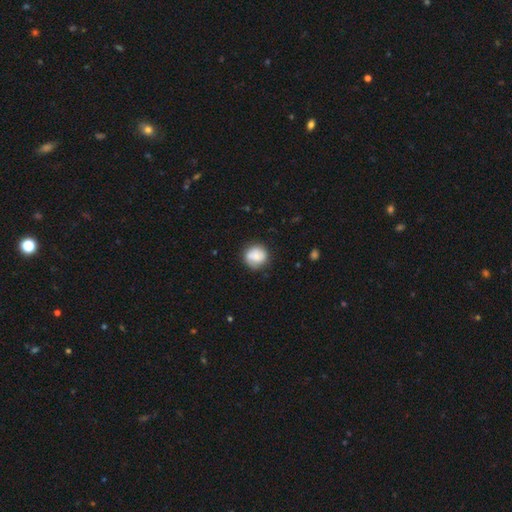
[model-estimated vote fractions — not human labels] The model was most divided on "smooth or featured": smooth: 74%, featured or disk: 18%, star or artifact: 8%. More confident: how rounded — round (89%); merging — none (77%).